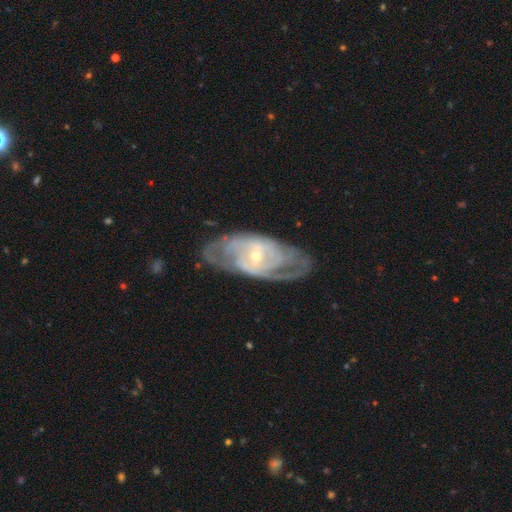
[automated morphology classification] This is clearly a featured or disk galaxy (86%). It is clearly not viewed edge-on (92%). Bar: possibly no (51%). Spiral arm pattern: clearly yes (91%). Spiral arm count: marginally 2 (42%). Spiral winding: possibly tight (56%). Central bulge: likely small (68%). Merging: likely none (73%).